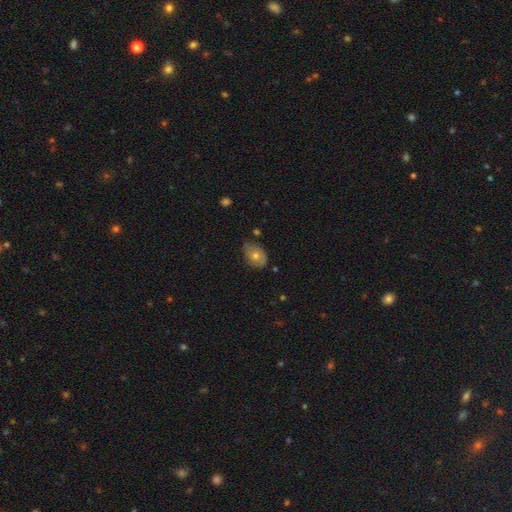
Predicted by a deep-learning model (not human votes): A smooth galaxy with no disk features (60%) that is in between round and cigar-shaped (75%). Merging: none (67%).